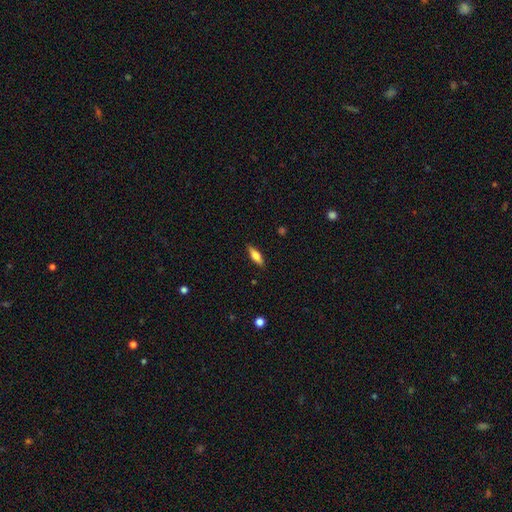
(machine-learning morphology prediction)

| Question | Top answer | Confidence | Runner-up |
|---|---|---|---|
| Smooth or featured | smooth | 70% | featured or disk (24%) |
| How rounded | in between | 56% | cigar-shaped (42%) |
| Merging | none | 87% | minor disturbance (10%) |